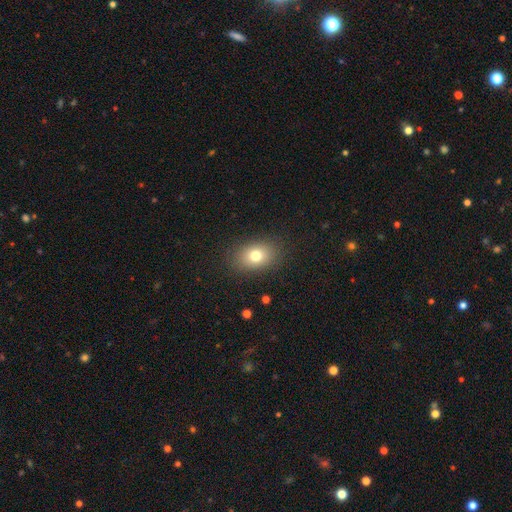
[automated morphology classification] A smooth galaxy with no disk features (77%) that is in between round and cigar-shaped (74%). Merging: none (86%).